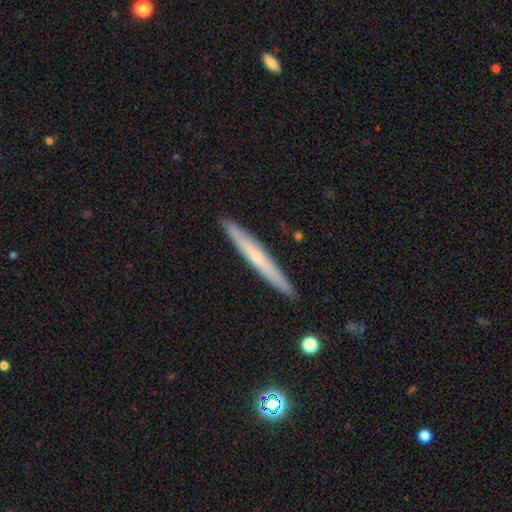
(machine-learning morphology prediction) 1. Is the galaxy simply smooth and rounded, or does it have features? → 47% smooth (tied), 47% featured or disk (tied), 6% star or artifact.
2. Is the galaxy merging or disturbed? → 90% none, 7% minor disturbance, 1% major disturbance, 1% merger.